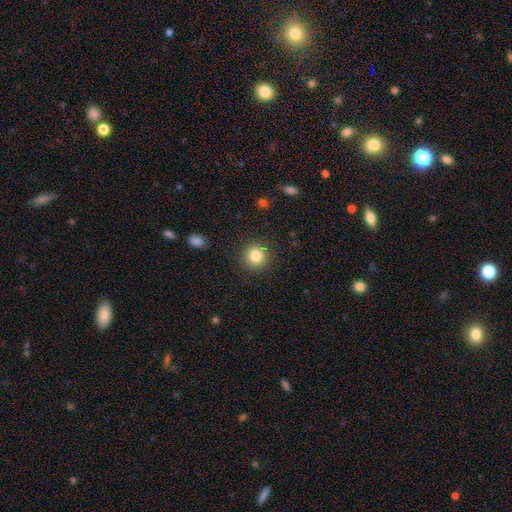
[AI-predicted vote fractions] The model was most divided on "smooth or featured": smooth: 83%, star or artifact: 11%, featured or disk: 7%. More confident: how rounded — round (94%); merging — none (90%).